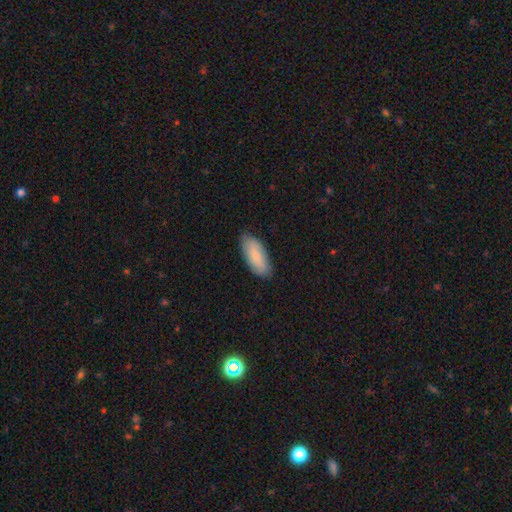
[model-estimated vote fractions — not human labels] Smooth or featured? smooth (81%)
How rounded? in between (84%)
Merging? none (83%)